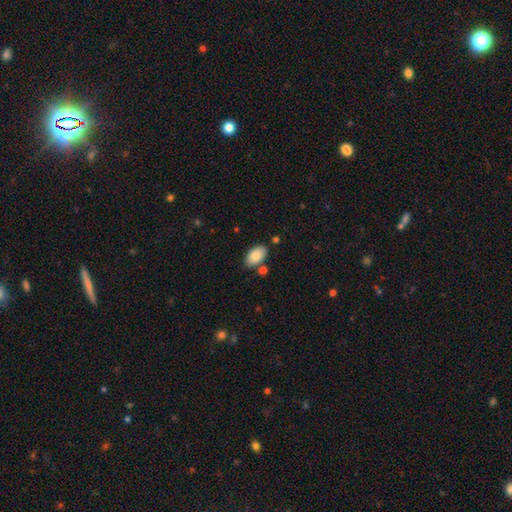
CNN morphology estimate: smooth_or_featured: smooth (p=0.82) [alt: featured or disk p=0.11]
how_rounded: in between (p=0.94) [alt: round p=0.04]
merging: none (p=0.79) [alt: minor disturbance p=0.12]